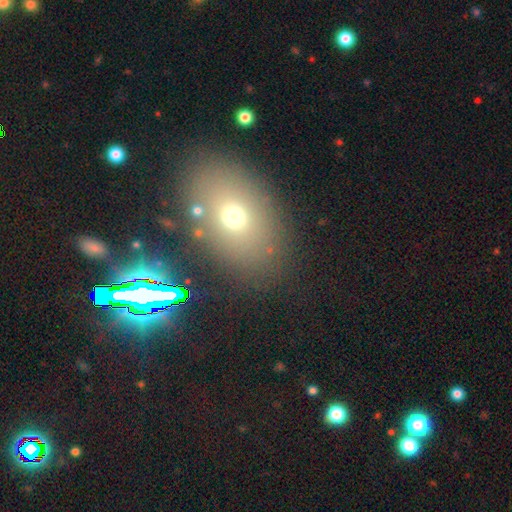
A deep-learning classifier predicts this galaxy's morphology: A smooth galaxy with no disk features (58%) that is in between round and cigar-shaped (73%).

Vote fractions:
- Smooth or featured? smooth: 58% / star or artifact: 26% / featured or disk: 16%
- How rounded? in between: 73% / round: 25% / cigar-shaped: 2%
- Merging? none: 83% / minor disturbance: 9% / major disturbance: 4% / merger: 4%